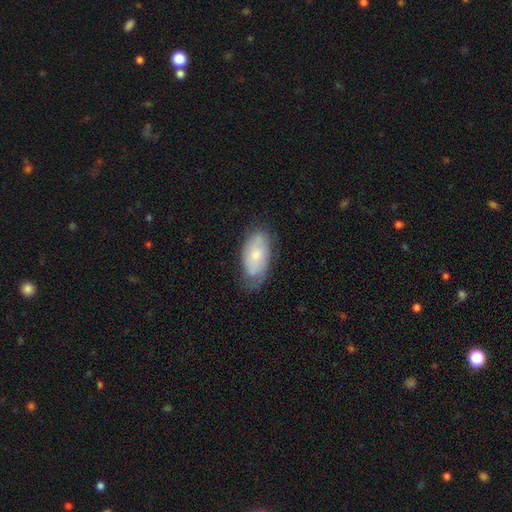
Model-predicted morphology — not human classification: A smooth galaxy with no disk features (56%) that is in between round and cigar-shaped (93%).

Vote fractions:
- Smooth or featured? smooth: 56% / featured or disk: 38% / star or artifact: 7%
- How rounded? in between: 93% / cigar-shaped: 4% / round: 3%
- Merging? none: 58% / minor disturbance: 30% / major disturbance: 10% / merger: 2%